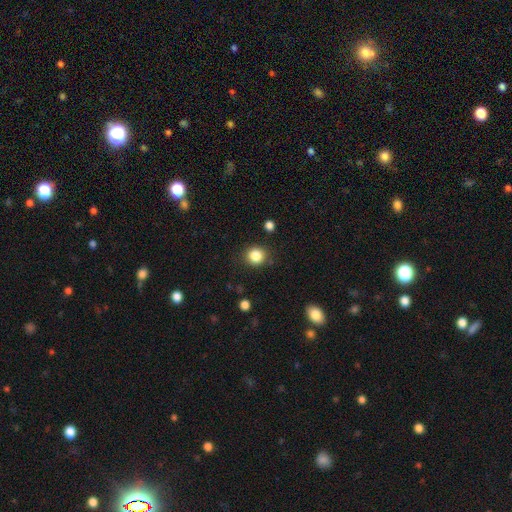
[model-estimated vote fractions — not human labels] This is clearly a smooth galaxy (85%). How rounded: clearly round (88%). Merging: clearly none (87%).